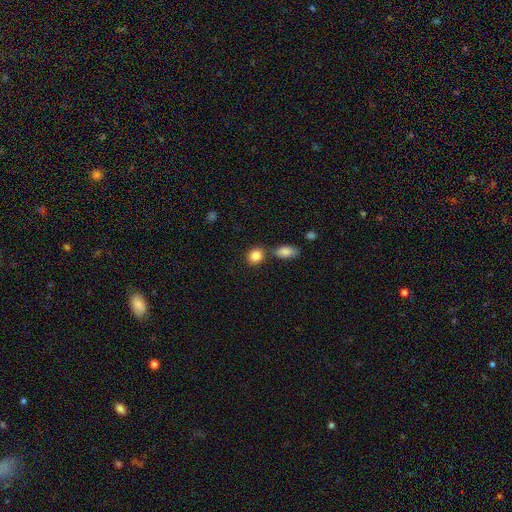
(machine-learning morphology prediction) smooth 86%, star or artifact 9%, featured or disk 6%. Down the decision tree: how rounded — round (63%); merging — none (67%).